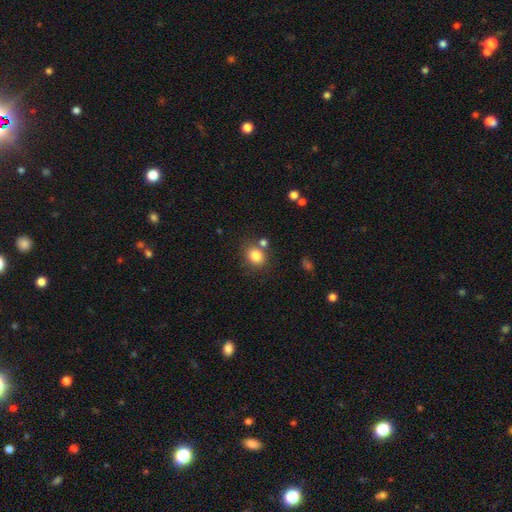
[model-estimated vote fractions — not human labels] Smooth or featured?
  - smooth: 82% *
  - star or artifact: 11%
  - featured or disk: 7%
How rounded?
  - round: 65% *
  - in between: 34%
  - cigar-shaped: 1%
Merging?
  - none: 71% *
  - merger: 13%
  - minor disturbance: 12%
  - major disturbance: 4%